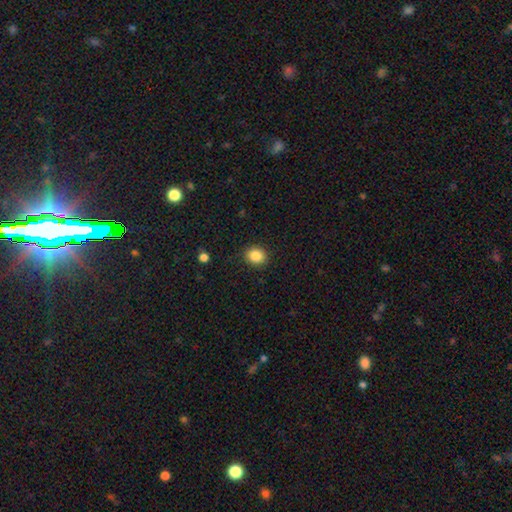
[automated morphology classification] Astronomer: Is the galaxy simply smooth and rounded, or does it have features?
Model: smooth — 86%.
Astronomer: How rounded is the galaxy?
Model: round — 68%.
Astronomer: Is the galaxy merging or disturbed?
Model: none — 89%.